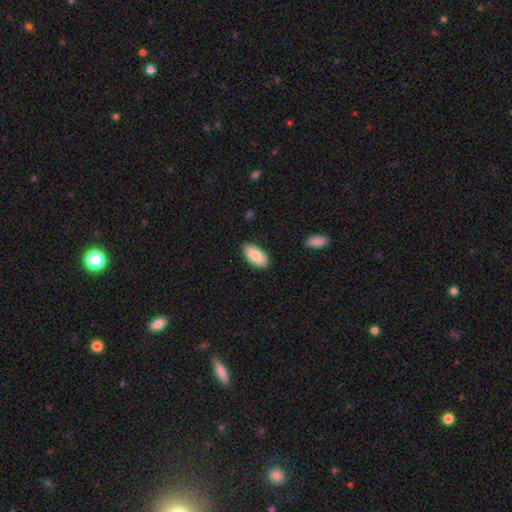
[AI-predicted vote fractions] Smooth or featured: smooth — 86% (featured or disk — 8%)
How rounded: in between — 94% (cigar-shaped — 4%)
Merging: none — 87% (minor disturbance — 10%)